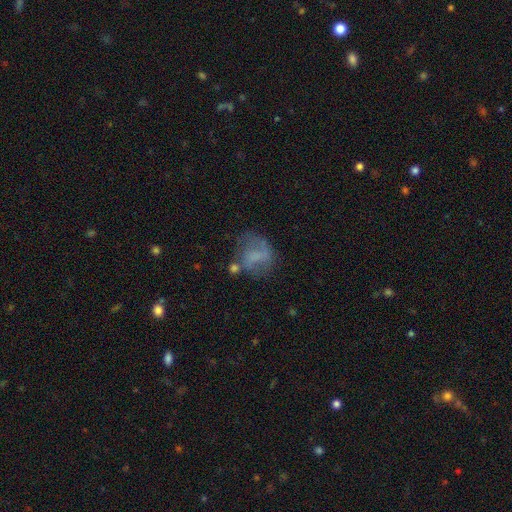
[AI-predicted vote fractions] Morphology: type=smooth (45%); merging=none (42%).